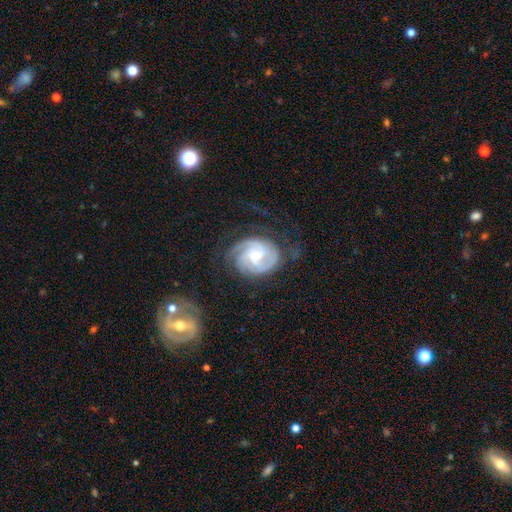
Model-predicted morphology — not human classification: smooth-or-featured: featured or disk: 87% | smooth: 8% | star or artifact: 5%
  disk-edge-on: no: 98% | yes: 2%
    bar: weak: 46% | no: 43% | strong: 11%
    has-spiral-arms: yes: 97% | no: 3%
      spiral-winding: tight: 56% | medium: 36% | loose: 8%
      spiral-arm-count: 2: 32% | 3: 29% | can't tell: 20% | 4: 9% | 1: 5% | more than 4: 5%
    bulge-size: small: 58% | moderate: 36% | none: 3% | large: 2% | dominant: 1%
  merging: none: 65% | minor disturbance: 21% | major disturbance: 13% | merger: 1%